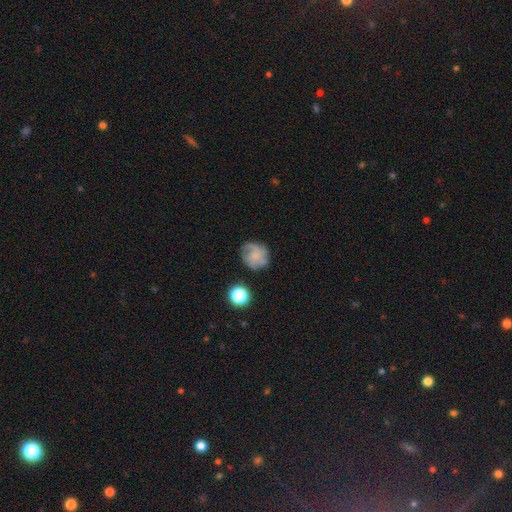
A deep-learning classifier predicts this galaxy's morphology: Overall: featured or disk (50%; smooth 39%). Edge-on disk: no (98%). Merging: none (68%).